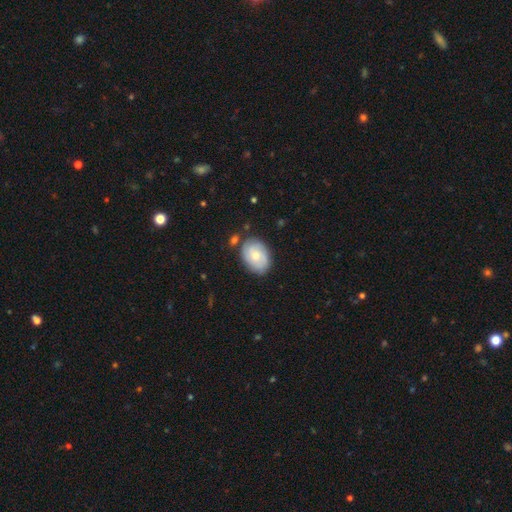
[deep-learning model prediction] This appears to be a smooth galaxy with no disk features (52%) that is in between round and cigar-shaped (77%). Merging: none (76%).